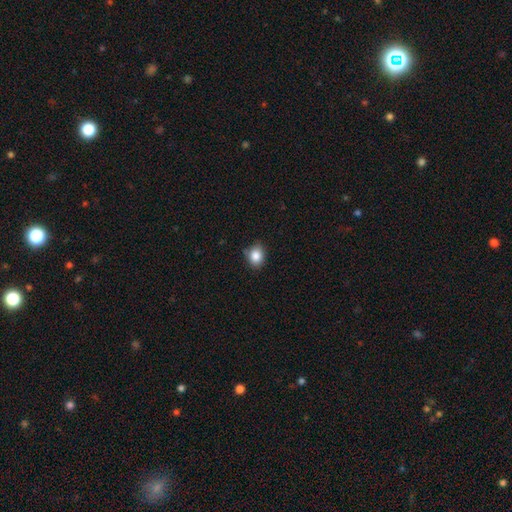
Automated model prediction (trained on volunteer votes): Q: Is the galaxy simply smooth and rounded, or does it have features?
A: smooth — 85%.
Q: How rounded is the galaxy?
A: round — 52%.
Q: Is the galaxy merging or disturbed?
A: none — 76%.